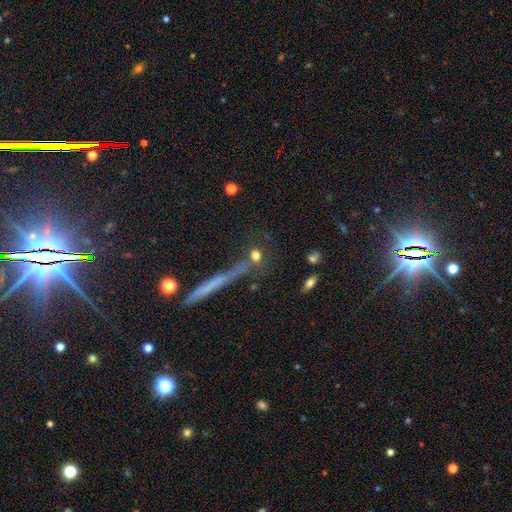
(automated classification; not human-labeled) A smooth galaxy with no disk features (72%) that is round (76%). Merging: none (72%).